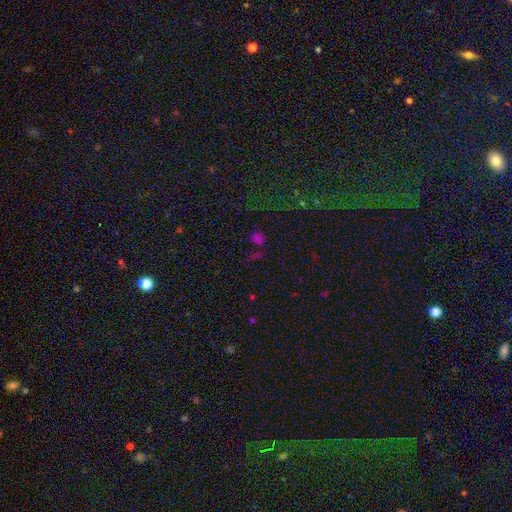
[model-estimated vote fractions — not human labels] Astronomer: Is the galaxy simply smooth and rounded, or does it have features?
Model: star or artifact — 55% (runner-up: smooth, 37%).